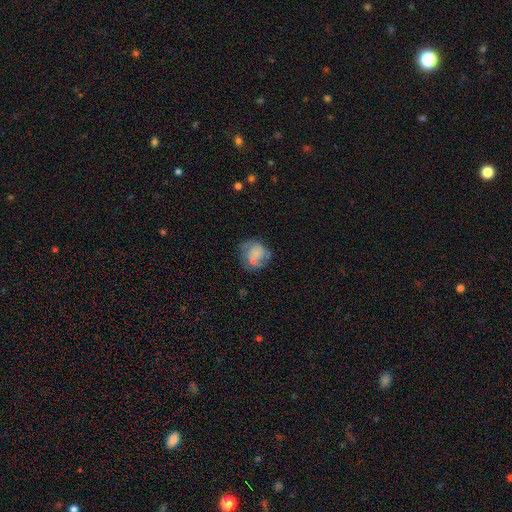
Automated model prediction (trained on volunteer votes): smooth-or-featured: smooth: 53% | featured or disk: 35% | star or artifact: 11%
  how-rounded: round: 76% | in between: 23% | cigar-shaped: 1%
  merging: none: 55% | minor disturbance: 24% | major disturbance: 13% | merger: 9%